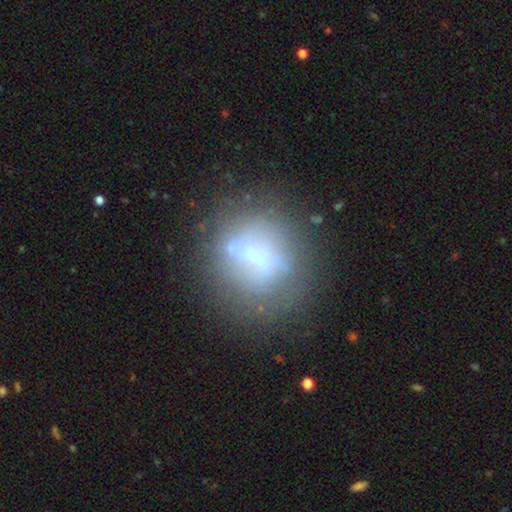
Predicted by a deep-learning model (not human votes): Q: Smooth or featured?
A: featured or disk (47%); runner-up: smooth (40%)
Q: Merging?
A: none (58%); runner-up: minor disturbance (18%)